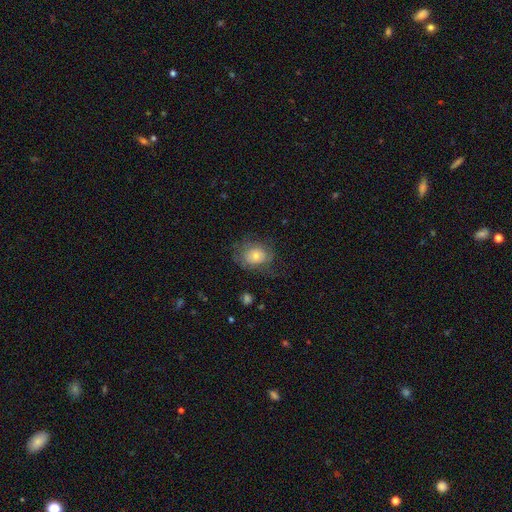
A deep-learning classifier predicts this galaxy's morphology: Overall: smooth (54%; featured or disk 35%). How rounded: round (53%; in between 46%). Merging: none (61%; minor disturbance 22%).